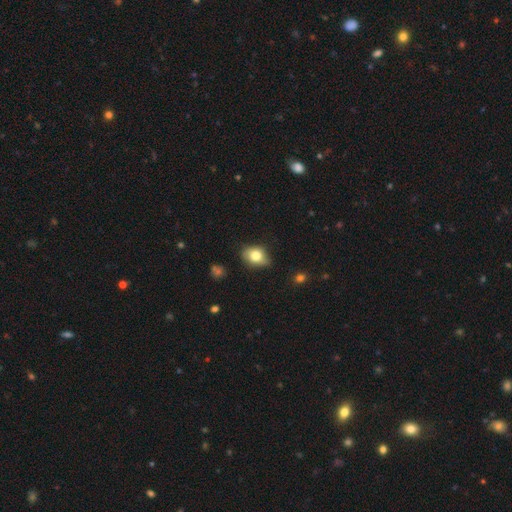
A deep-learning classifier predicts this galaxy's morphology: Smooth or featured? Predicted: smooth (p=0.75). How rounded? Predicted: in between (p=0.73). Merging? Predicted: none (p=0.66).